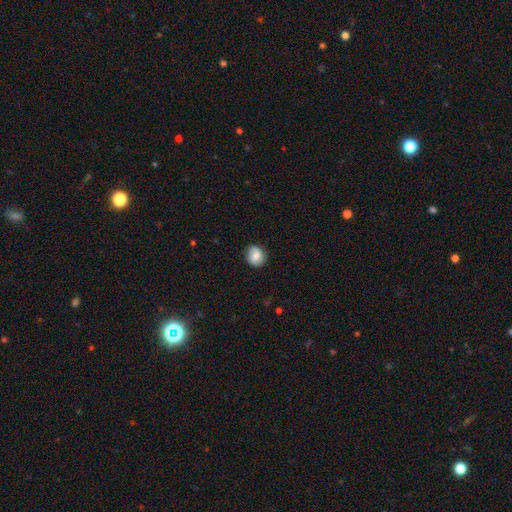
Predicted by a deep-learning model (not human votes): Overall: smooth (75%). How rounded: round (73%). Merging: none (81%).